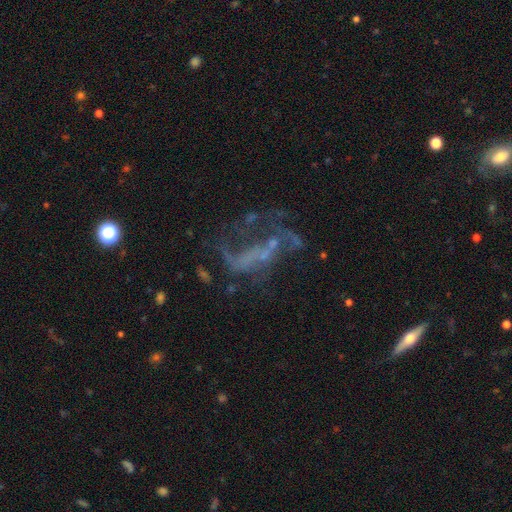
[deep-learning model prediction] featured or disk 62%, star or artifact 24%, smooth 14%. Down the decision tree: edge-on disk — no (93%); bar — no (69%); spiral arms — no (63%); bulge size — none (71%); merging — major disturbance (44%).